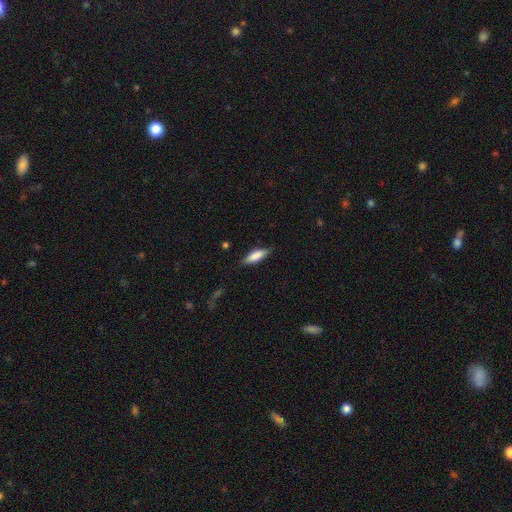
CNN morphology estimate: Smooth or featured? smooth (79%)
How rounded? in between (51%)
Merging? none (80%)